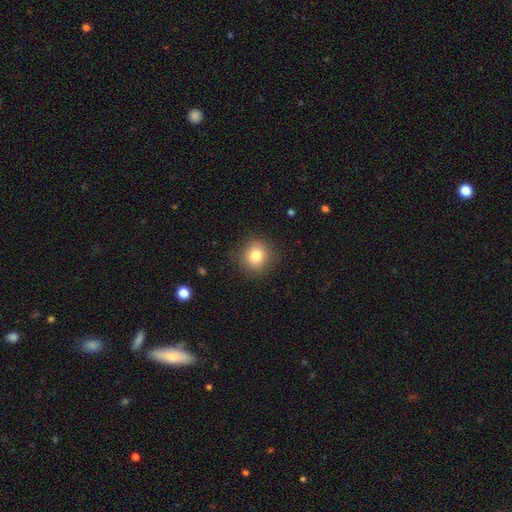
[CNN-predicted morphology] Q: Smooth or featured?
A: smooth (80%); runner-up: star or artifact (11%)
Q: How rounded?
A: round (88%); runner-up: in between (11%)
Q: Merging?
A: none (88%); runner-up: minor disturbance (8%)